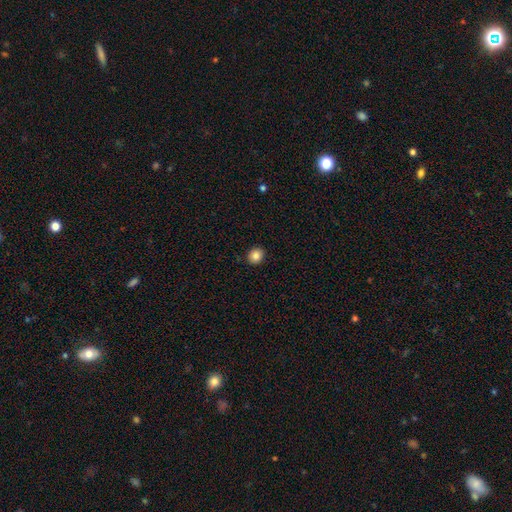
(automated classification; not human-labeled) This is clearly a smooth galaxy (85%). How rounded: likely round (74%). Merging: clearly none (91%).